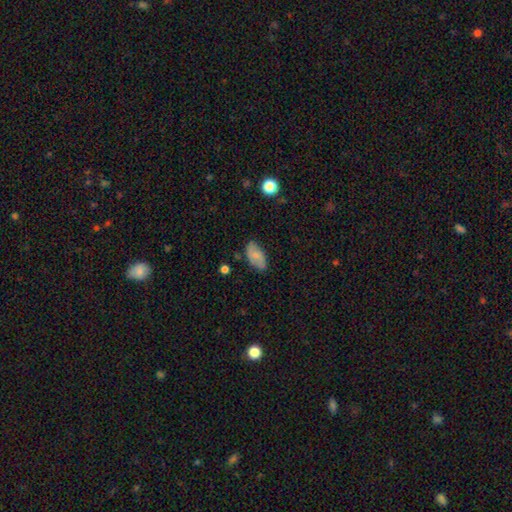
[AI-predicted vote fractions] smooth 65%, featured or disk 27%, star or artifact 7%. Down the decision tree: how rounded — in between (93%); merging — none (75%).